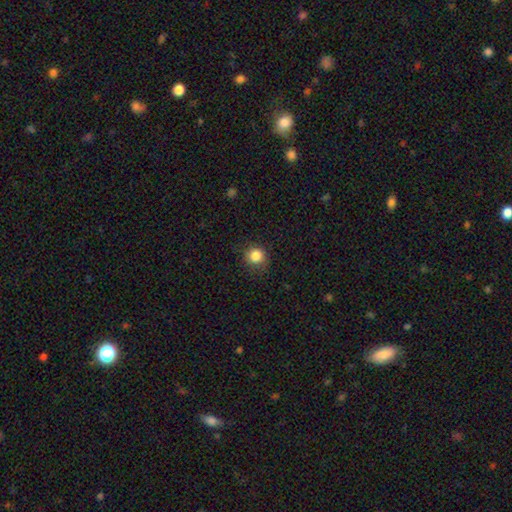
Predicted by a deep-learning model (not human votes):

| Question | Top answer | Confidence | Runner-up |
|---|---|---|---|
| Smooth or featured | smooth | 85% | star or artifact (11%) |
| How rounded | round | 89% | in between (11%) |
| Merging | none | 83% | minor disturbance (12%) |